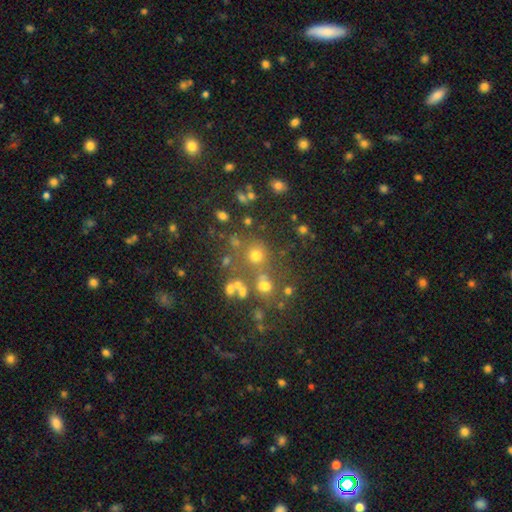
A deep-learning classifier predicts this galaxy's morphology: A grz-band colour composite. It shows a smooth galaxy with no disk features (59%) that is round (89%). Merging: none (65%).